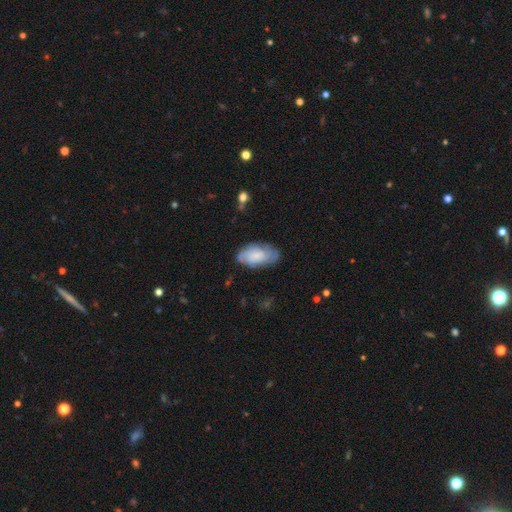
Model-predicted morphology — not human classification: Overall: smooth (49%; featured or disk 44%). Merging: none (70%).